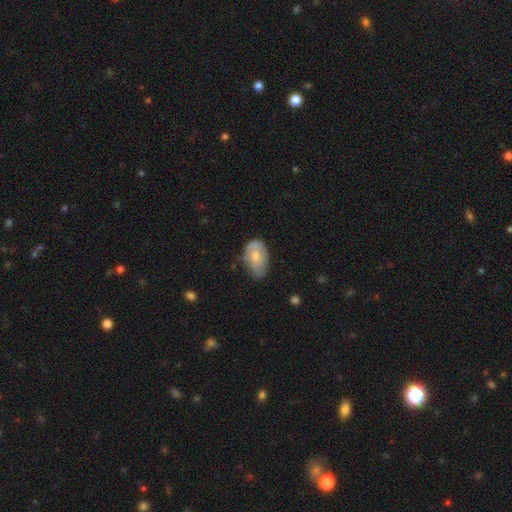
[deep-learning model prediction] A smooth galaxy with no disk features (67%) that is in between round and cigar-shaped (89%).

Vote fractions:
- Smooth or featured? smooth: 67% / featured or disk: 27% / star or artifact: 7%
- How rounded? in between: 89% / round: 9% / cigar-shaped: 1%
- Merging? none: 48% / minor disturbance: 39% / major disturbance: 12% / merger: 2%